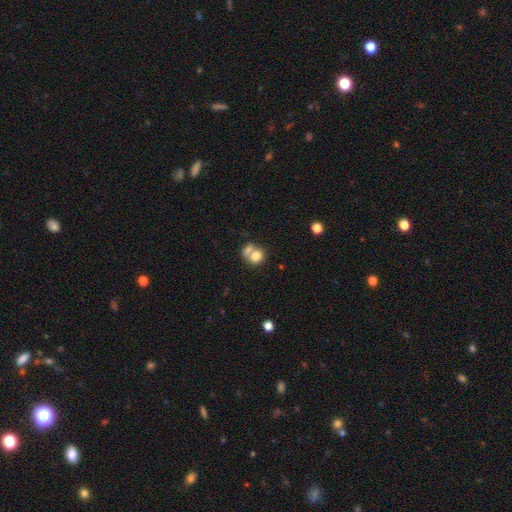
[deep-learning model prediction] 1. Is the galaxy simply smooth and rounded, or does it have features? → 75% smooth, 15% featured or disk, 9% star or artifact.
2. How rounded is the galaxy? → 69% round, 30% in between, 1% cigar-shaped.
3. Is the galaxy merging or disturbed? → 54% merger, 32% none, 9% minor disturbance, 5% major disturbance.